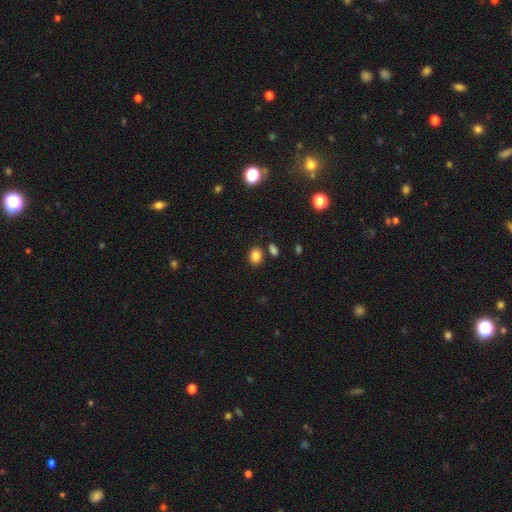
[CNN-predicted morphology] smooth_or_featured: smooth (p=0.84) [alt: star or artifact p=0.11]
how_rounded: in between (p=0.66) [alt: round p=0.33]
merging: none (p=0.79) [alt: minor disturbance p=0.10]